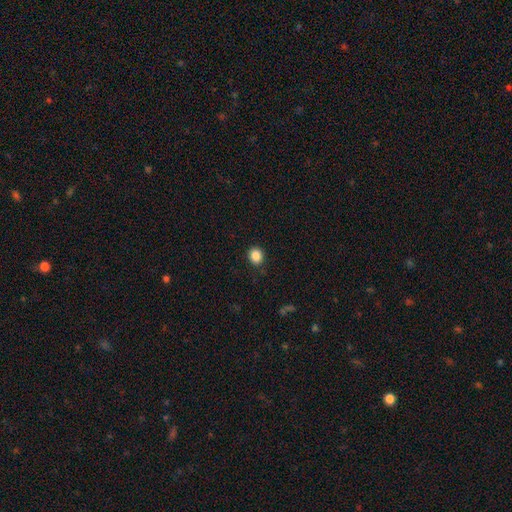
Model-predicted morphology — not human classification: Smooth or featured? Predicted: smooth (p=0.87). How rounded? Predicted: round (p=0.71). Merging? Predicted: none (p=0.89).